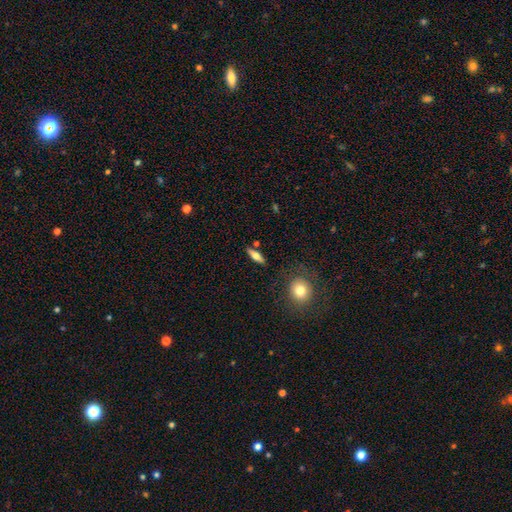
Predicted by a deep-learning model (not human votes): A smooth galaxy with no disk features (55%) that is cigar-shaped (55%). Merging: none (84%).